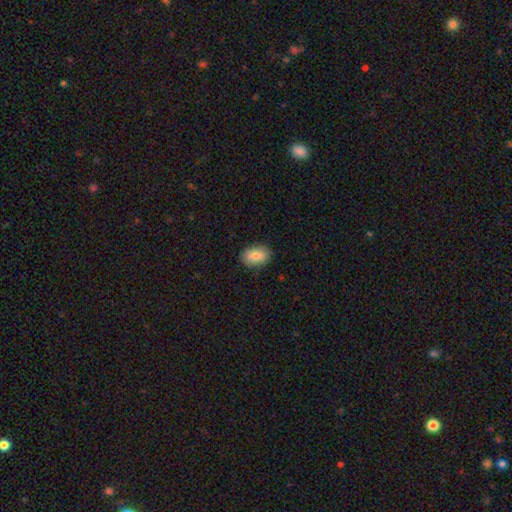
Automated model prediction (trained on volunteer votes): Smooth or featured: smooth — 81% (featured or disk — 12%)
How rounded: in between — 86% (round — 13%)
Merging: none — 86% (minor disturbance — 11%)